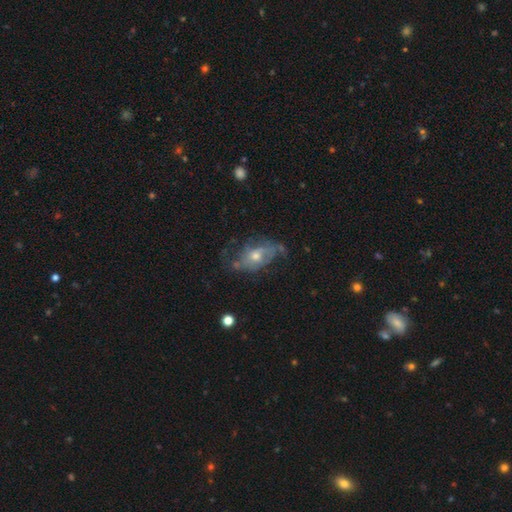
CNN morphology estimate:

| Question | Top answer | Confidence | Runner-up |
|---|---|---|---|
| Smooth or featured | featured or disk | 71% | smooth (20%) |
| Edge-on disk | no | 93% | yes (7%) |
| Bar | no | 72% | weak (24%) |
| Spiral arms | yes | 76% | no (24%) |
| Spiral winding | loose | 42% | medium (37%) |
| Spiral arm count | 2 | 51% | can't tell (29%) |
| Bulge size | moderate | 58% | small (34%) |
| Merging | none | 50% | minor disturbance (25%) |